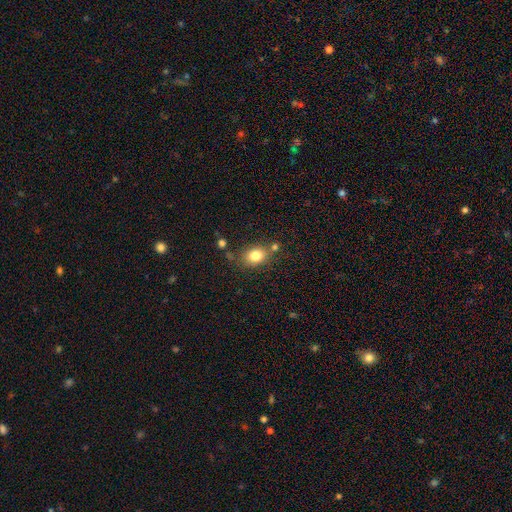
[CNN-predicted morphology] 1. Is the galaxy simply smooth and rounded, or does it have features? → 82% smooth, 10% star or artifact, 8% featured or disk.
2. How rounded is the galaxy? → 62% in between, 37% round, 1% cigar-shaped.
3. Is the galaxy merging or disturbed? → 71% none, 14% minor disturbance, 11% merger, 4% major disturbance.